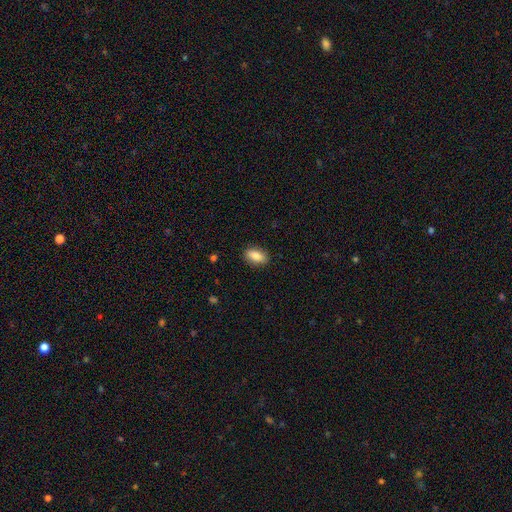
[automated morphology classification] type=smooth (85%); roundness=in between (89%); merging=none (88%).